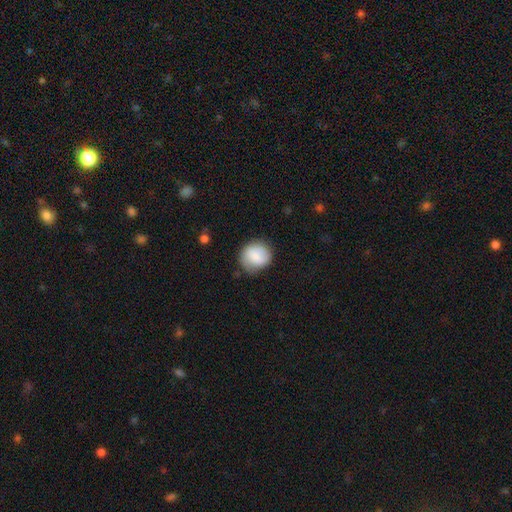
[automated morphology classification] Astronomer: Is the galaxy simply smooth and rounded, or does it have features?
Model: smooth — 81%.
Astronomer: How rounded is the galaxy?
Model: round — 80%.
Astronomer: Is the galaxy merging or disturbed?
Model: none — 71%.